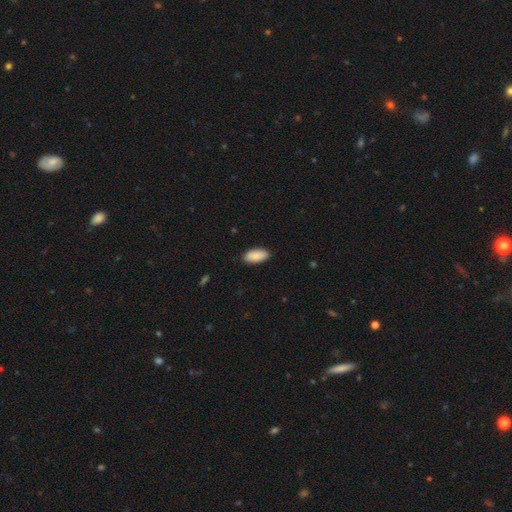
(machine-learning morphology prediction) This is clearly a smooth galaxy (89%). How rounded: clearly in between (93%). Merging: clearly none (87%).